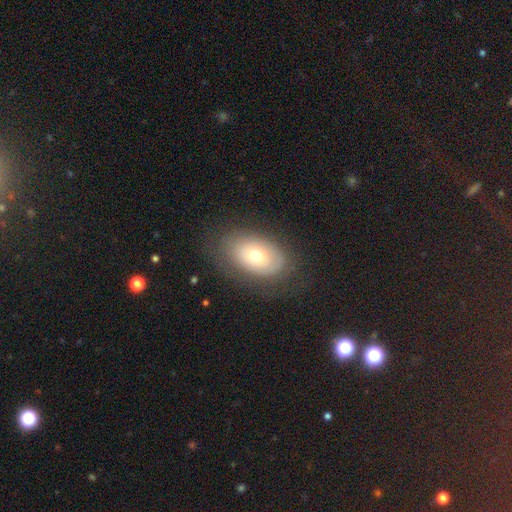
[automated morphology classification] smooth-or-featured: smooth: 62% | featured or disk: 29% | star or artifact: 10%
  how-rounded: in between: 87% | round: 11% | cigar-shaped: 1%
  merging: none: 76% | minor disturbance: 16% | major disturbance: 7% | merger: 1%